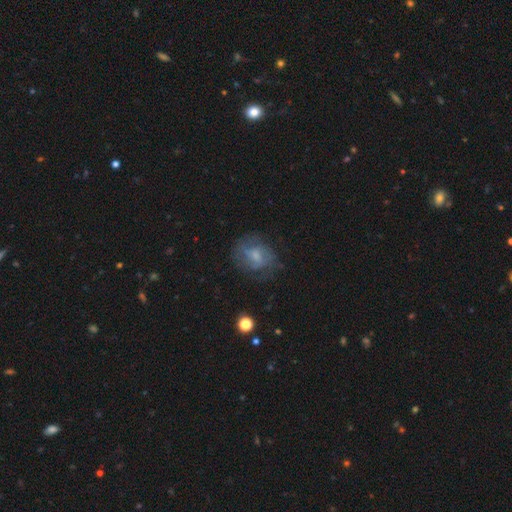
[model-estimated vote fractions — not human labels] Overall: featured or disk (49%; smooth 41%). Merging: none (62%; minor disturbance 22%).